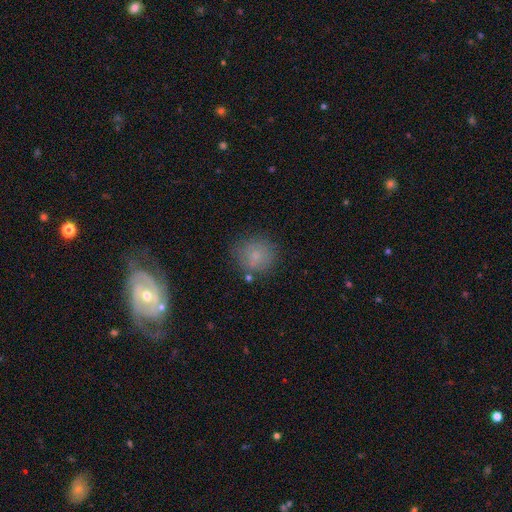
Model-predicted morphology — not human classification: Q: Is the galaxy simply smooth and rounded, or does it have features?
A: smooth — 77%.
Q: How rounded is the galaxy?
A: round — 87%.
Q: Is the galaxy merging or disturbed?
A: none — 75%.